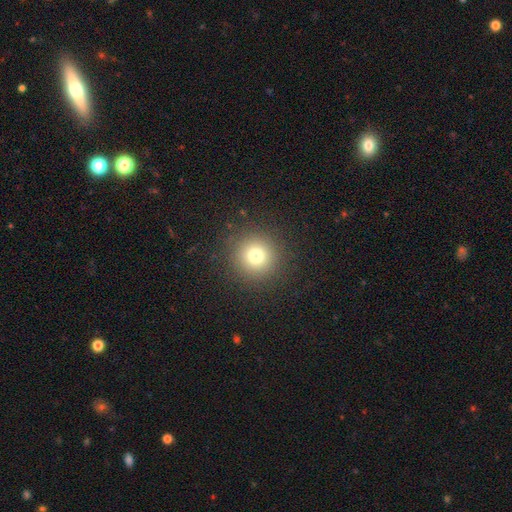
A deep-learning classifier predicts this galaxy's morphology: smooth_or_featured: smooth (p=0.76) [alt: star or artifact p=0.15]
how_rounded: round (p=0.95) [alt: in between p=0.04]
merging: none (p=0.90) [alt: minor disturbance p=0.06]